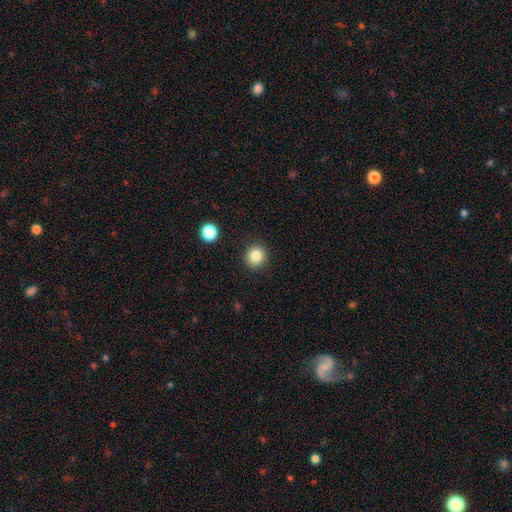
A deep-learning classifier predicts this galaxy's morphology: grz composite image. It shows a smooth galaxy with no disk features (85%) that is round (89%). Merging: none (89%).